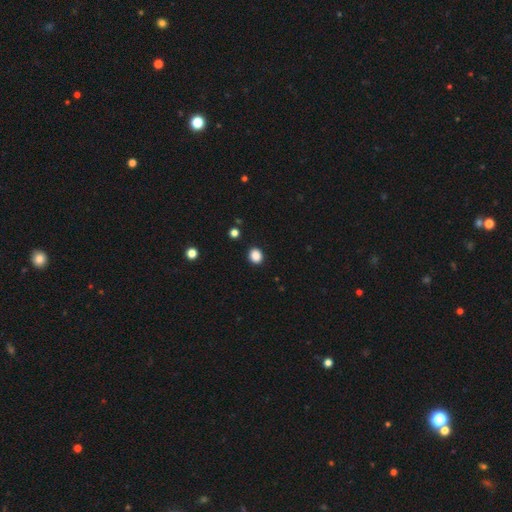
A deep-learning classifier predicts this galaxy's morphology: The model was most divided on "how rounded": round: 69%, in between: 30%, cigar-shaped: 1%. More confident: merging — none (91%); smooth or featured — smooth (87%).